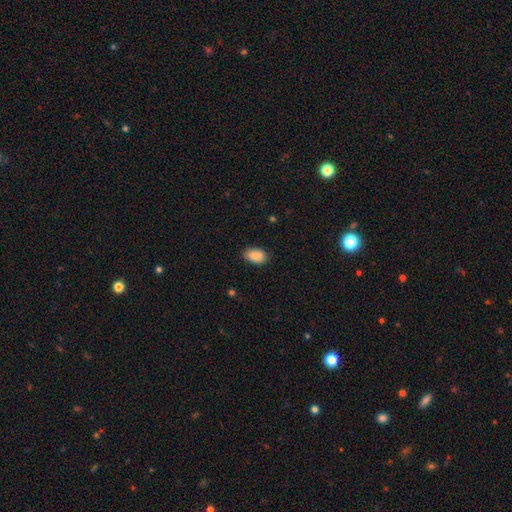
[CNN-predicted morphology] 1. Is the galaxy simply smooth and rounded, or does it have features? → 89% smooth, 7% star or artifact, 4% featured or disk.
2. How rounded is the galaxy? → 88% in between, 11% round, 1% cigar-shaped.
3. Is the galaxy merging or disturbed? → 82% none, 15% minor disturbance, 3% major disturbance, 1% merger.